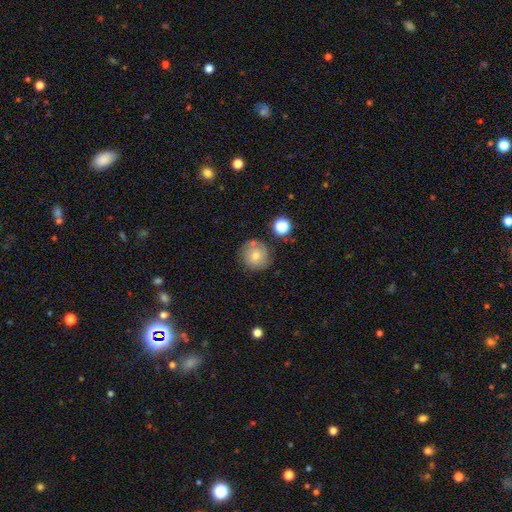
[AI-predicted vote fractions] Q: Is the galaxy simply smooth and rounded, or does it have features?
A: smooth — 69%.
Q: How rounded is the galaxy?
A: round — 92%.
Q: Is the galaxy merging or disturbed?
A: none — 75%.